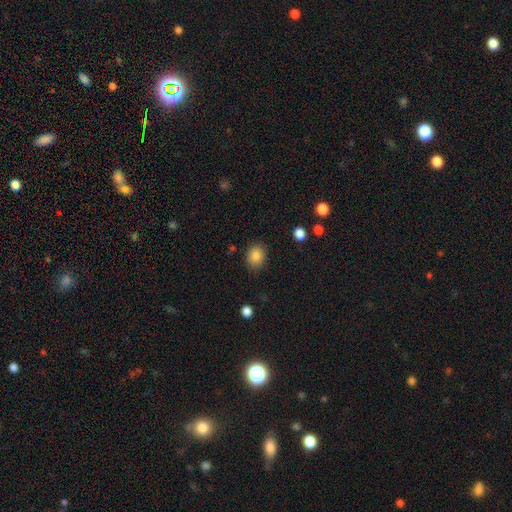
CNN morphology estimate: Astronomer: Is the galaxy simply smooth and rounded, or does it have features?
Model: smooth — 85%.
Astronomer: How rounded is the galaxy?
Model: round — 54% (runner-up: in between, 46%).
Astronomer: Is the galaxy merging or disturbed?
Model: none — 85%.